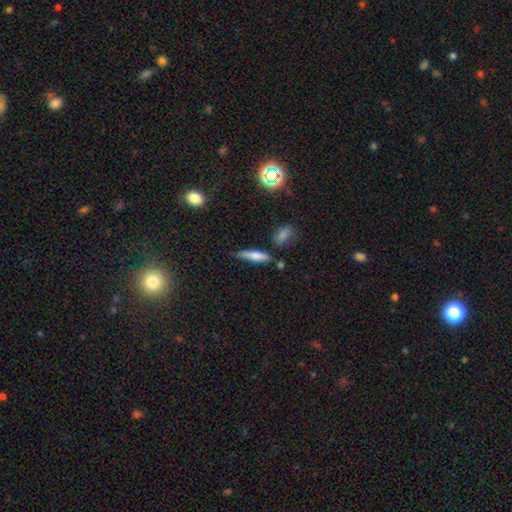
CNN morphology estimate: A smooth galaxy with no disk features (67%) that is cigar-shaped (71%).

Vote fractions:
- Smooth or featured? smooth: 67% / featured or disk: 25% / star or artifact: 9%
- How rounded? cigar-shaped: 71% / in between: 26% / round: 2%
- Merging? none: 63% / minor disturbance: 23% / merger: 7% / major disturbance: 6%